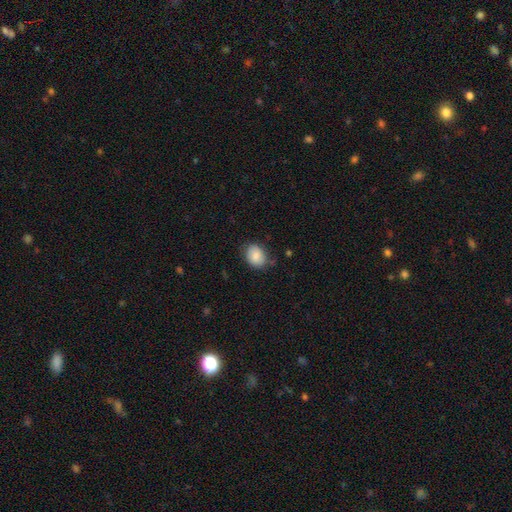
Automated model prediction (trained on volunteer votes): smooth_or_featured: smooth (p=0.83) [alt: featured or disk p=0.09]
how_rounded: in between (p=0.55) [alt: round p=0.44]
merging: none (p=0.72) [alt: minor disturbance p=0.22]